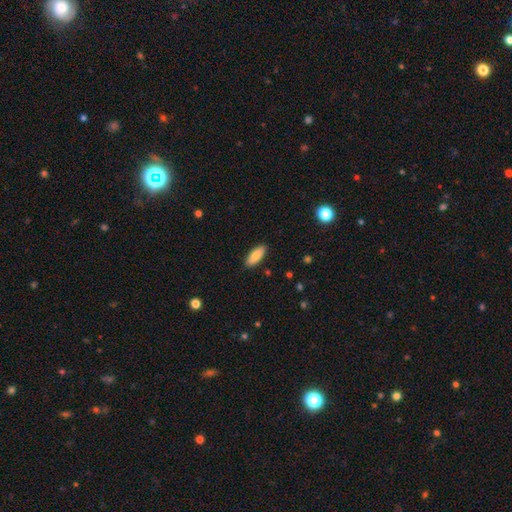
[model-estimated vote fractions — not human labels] Morphology: type=smooth (83%); roundness=in between (73%); merging=none (89%).